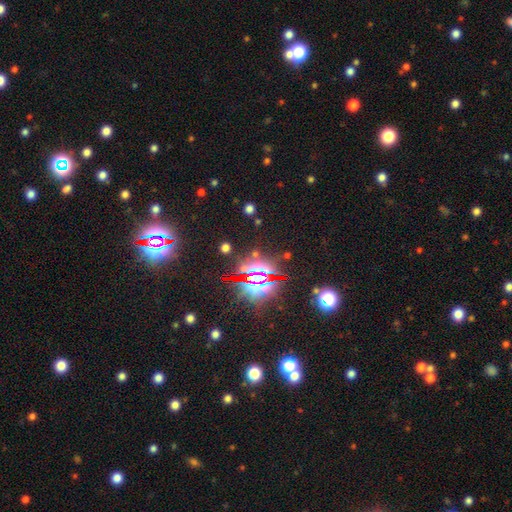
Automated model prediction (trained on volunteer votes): smooth-or-featured: star or artifact: 81% | featured or disk: 10% | smooth: 10%